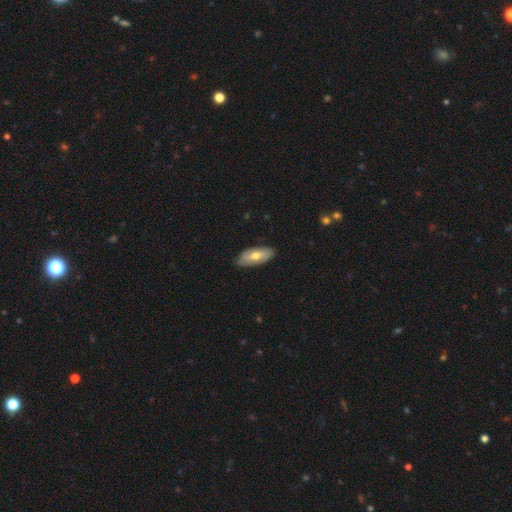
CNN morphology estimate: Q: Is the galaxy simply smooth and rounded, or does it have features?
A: smooth — 58%.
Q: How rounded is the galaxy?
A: in between — 86%.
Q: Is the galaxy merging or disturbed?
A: none — 79%.